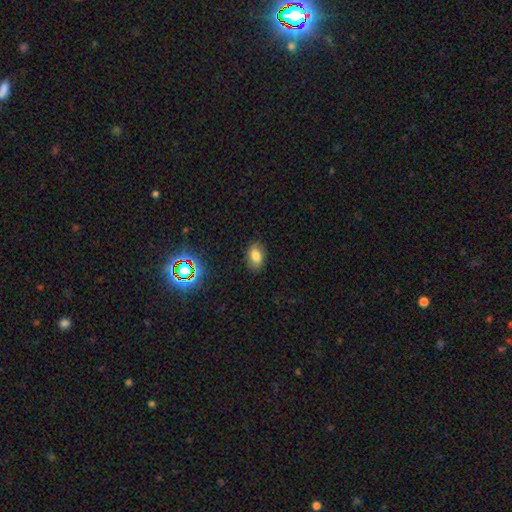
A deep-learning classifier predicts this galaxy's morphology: This is likely a smooth galaxy (76%). How rounded: clearly in between (87%). Merging: clearly none (84%).